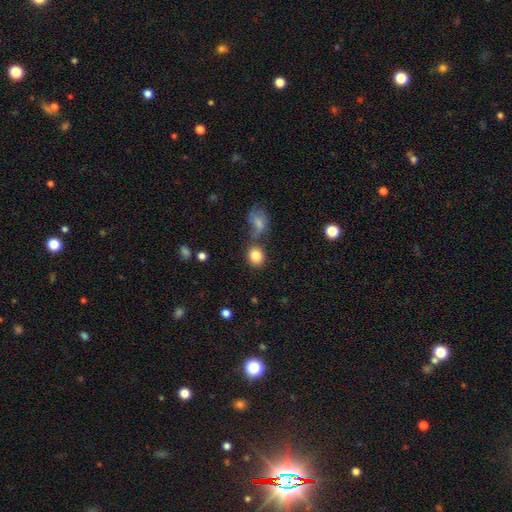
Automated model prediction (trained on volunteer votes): Q: Smooth or featured?
A: smooth (84%); runner-up: star or artifact (9%)
Q: How rounded?
A: round (67%); runner-up: in between (31%)
Q: Merging?
A: none (62%); runner-up: merger (22%)